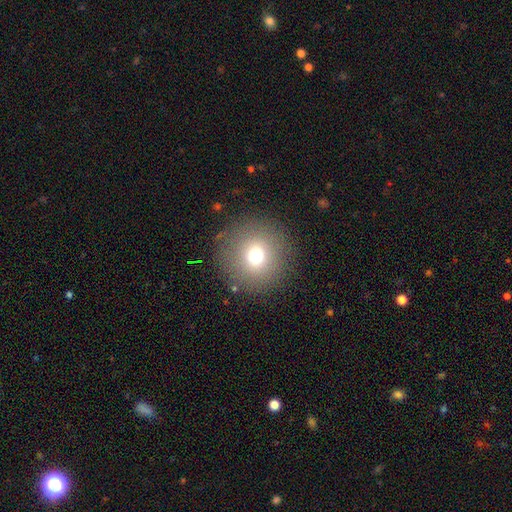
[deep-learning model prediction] Q: Smooth or featured?
A: smooth (75%); runner-up: star or artifact (13%)
Q: How rounded?
A: round (94%); runner-up: in between (5%)
Q: Merging?
A: none (88%); runner-up: minor disturbance (7%)